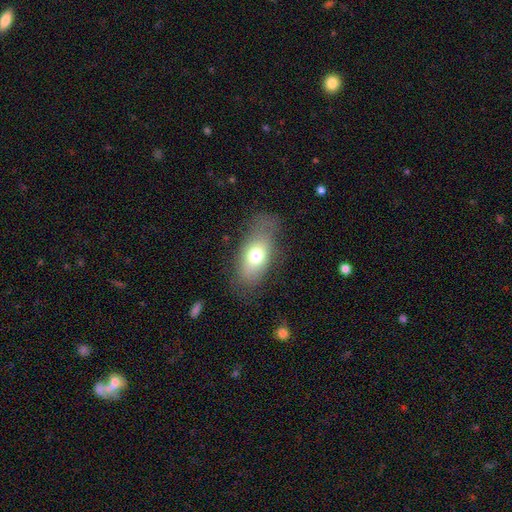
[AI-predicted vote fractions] Overall: smooth (69%). How rounded: in between (87%). Merging: none (65%).